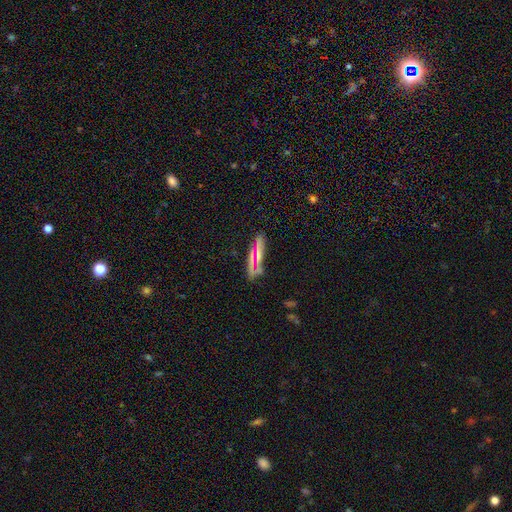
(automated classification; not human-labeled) Morphology: type=smooth (59%); roundness=cigar-shaped (64%); merging=none (81%).